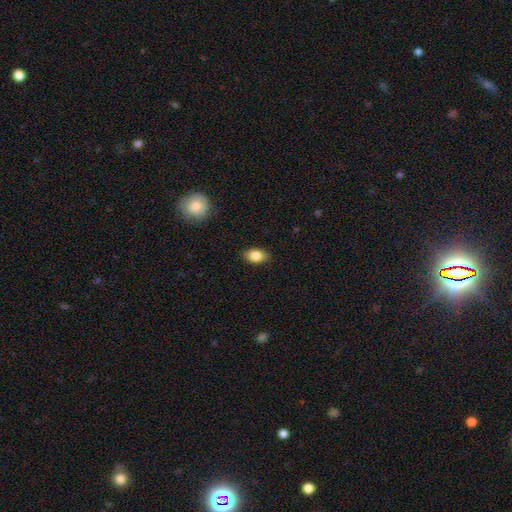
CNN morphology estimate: This is clearly a smooth galaxy (84%). How rounded: clearly in between (85%). Merging: clearly none (87%).